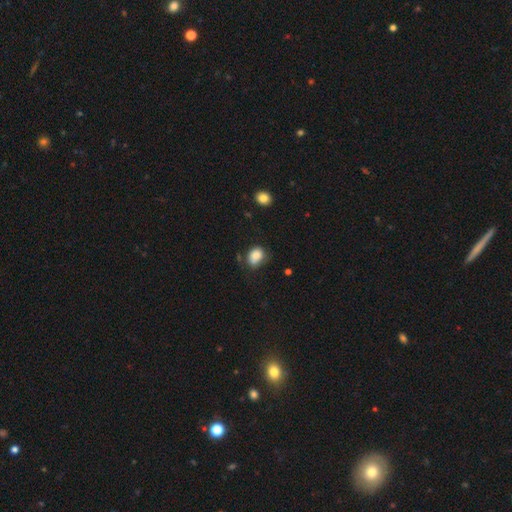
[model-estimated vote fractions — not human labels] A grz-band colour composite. It shows a smooth galaxy with no disk features (84%) that is in between round and cigar-shaped (66%). Merging: none (58%).